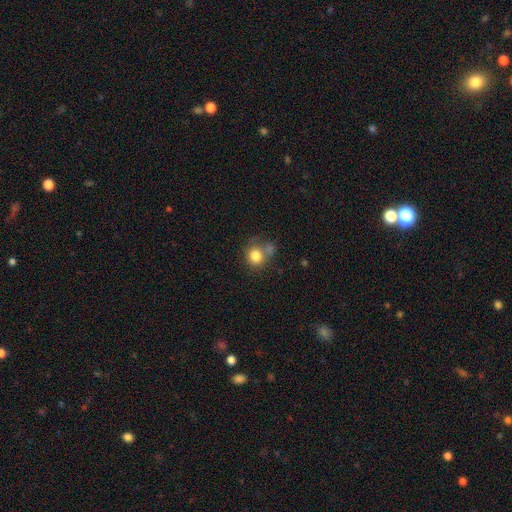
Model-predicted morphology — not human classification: Smooth or featured? smooth (81%)
How rounded? round (79%)
Merging? none (51%)